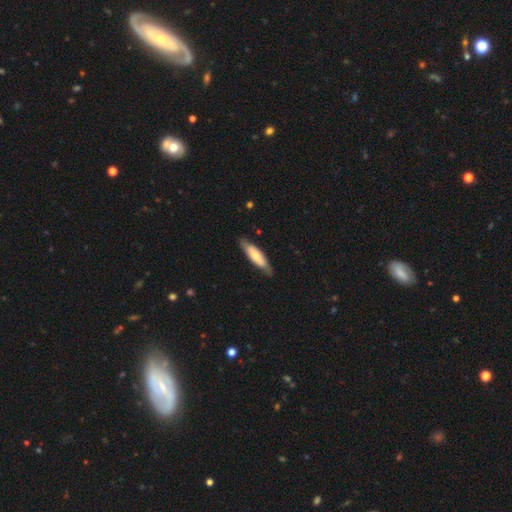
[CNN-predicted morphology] The model was most divided on "smooth or featured": smooth: 62%, featured or disk: 33%, star or artifact: 5%. More confident: merging — none (77%); how rounded — cigar-shaped (64%).